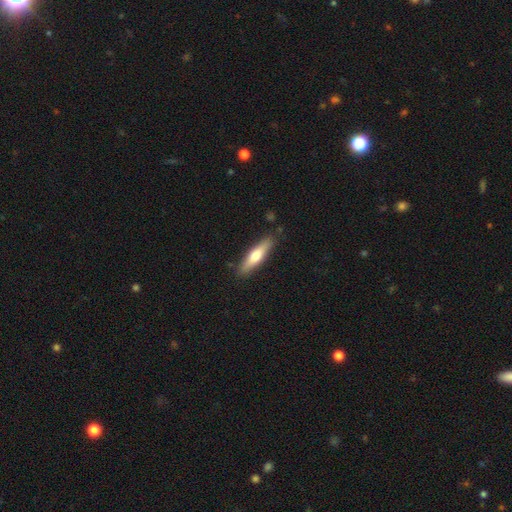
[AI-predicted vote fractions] Morphology: type=smooth (57%); roundness=cigar-shaped (77%); merging=none (86%).